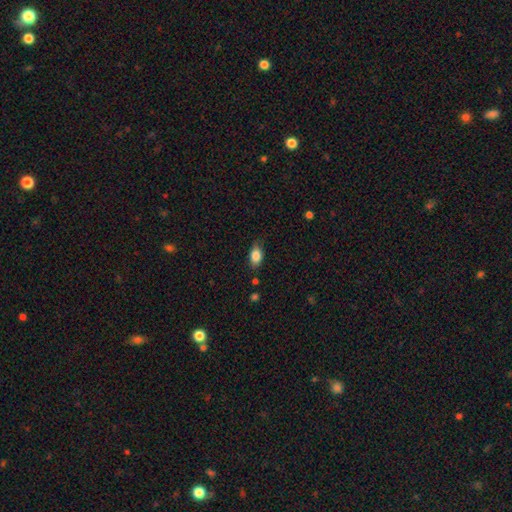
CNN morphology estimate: Smooth or featured: smooth — 84% (featured or disk — 9%)
How rounded: in between — 85% (round — 11%)
Merging: none — 74% (minor disturbance — 20%)